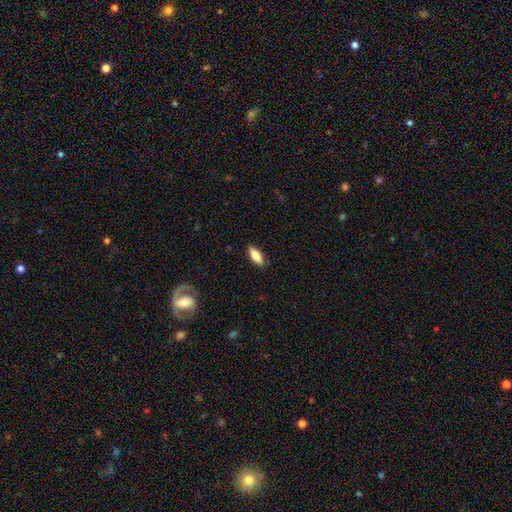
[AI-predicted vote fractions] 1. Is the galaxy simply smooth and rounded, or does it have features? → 74% smooth, 19% featured or disk, 7% star or artifact.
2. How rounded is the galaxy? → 75% in between, 23% cigar-shaped, 2% round.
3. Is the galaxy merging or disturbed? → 87% none, 10% minor disturbance, 2% major disturbance, 1% merger.